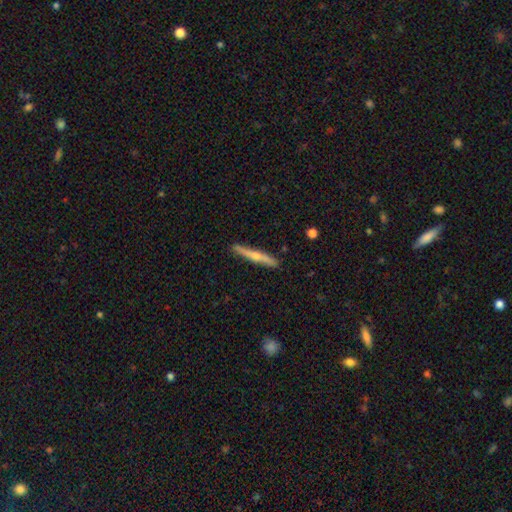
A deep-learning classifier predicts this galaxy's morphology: This is possibly a featured or disk galaxy (56%). It is clearly viewed edge-on (95%). Edge-on bulge: clearly rounded (81%). Merging: clearly none (88%).